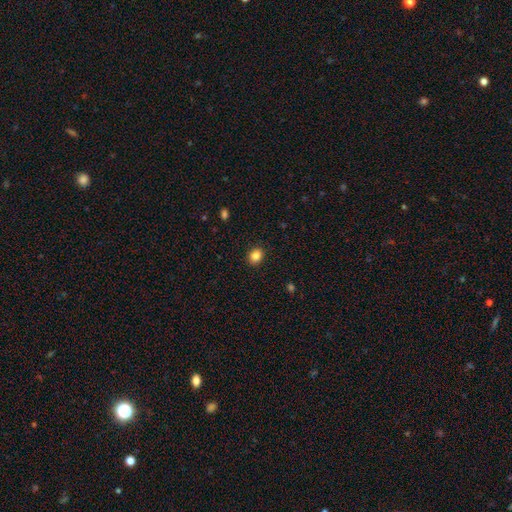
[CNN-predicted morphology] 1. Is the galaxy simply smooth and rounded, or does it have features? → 84% smooth, 11% star or artifact, 5% featured or disk.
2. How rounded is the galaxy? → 61% round, 38% in between, 1% cigar-shaped.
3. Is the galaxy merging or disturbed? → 90% none, 7% minor disturbance, 2% major disturbance, 1% merger.